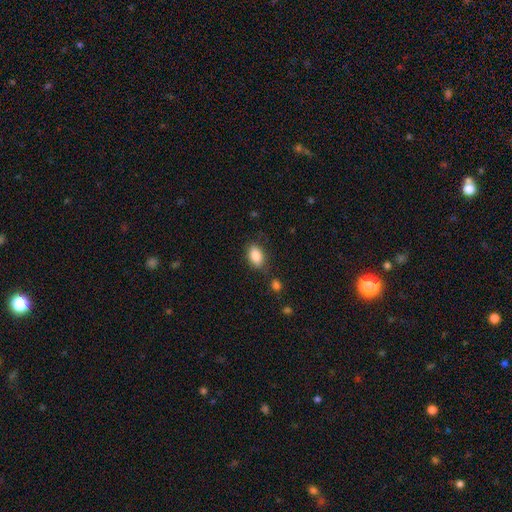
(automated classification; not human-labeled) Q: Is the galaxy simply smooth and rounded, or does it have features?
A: smooth — 86%.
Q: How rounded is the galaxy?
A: in between — 87%.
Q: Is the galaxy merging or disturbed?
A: none — 78%.